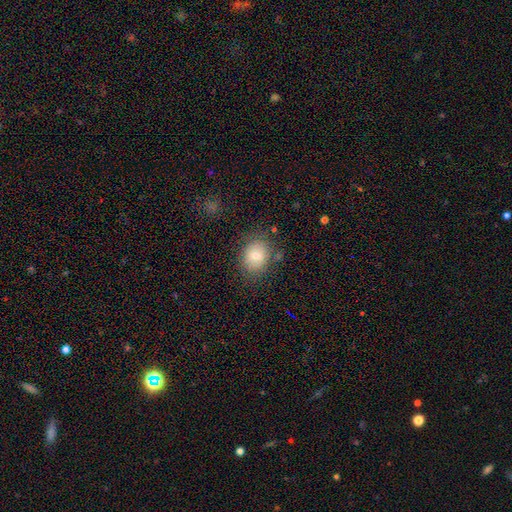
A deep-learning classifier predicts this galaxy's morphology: This appears to be a smooth galaxy with no disk features (78%) that is in between round and cigar-shaped (52%). Merging: none (76%).